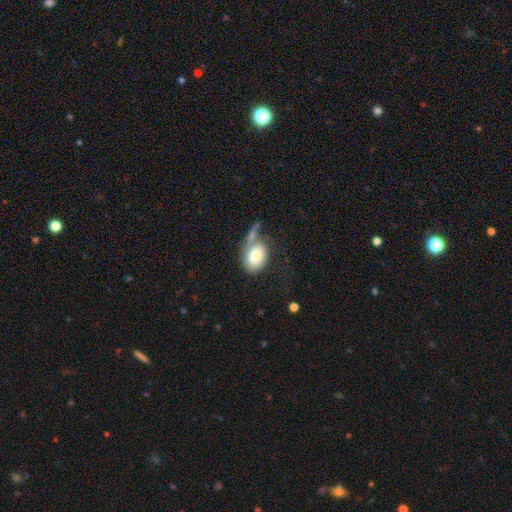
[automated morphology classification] The model was most divided on "merging": none: 35%, merger: 26%, major disturbance: 20%, minor disturbance: 19%. More confident: how rounded — in between (80%); smooth or featured — smooth (76%).